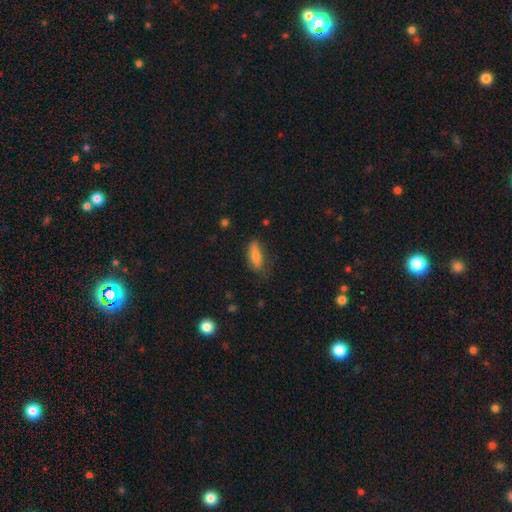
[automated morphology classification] Q: Smooth or featured?
A: smooth (75%); runner-up: featured or disk (17%)
Q: How rounded?
A: in between (52%); runner-up: cigar-shaped (46%)
Q: Merging?
A: none (70%); runner-up: minor disturbance (23%)